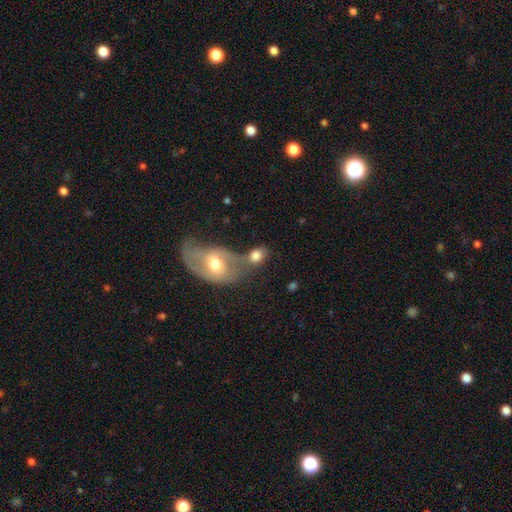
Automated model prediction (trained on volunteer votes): Smooth or featured? smooth (72%)
How rounded? in between (62%)
Merging? merger (45%)